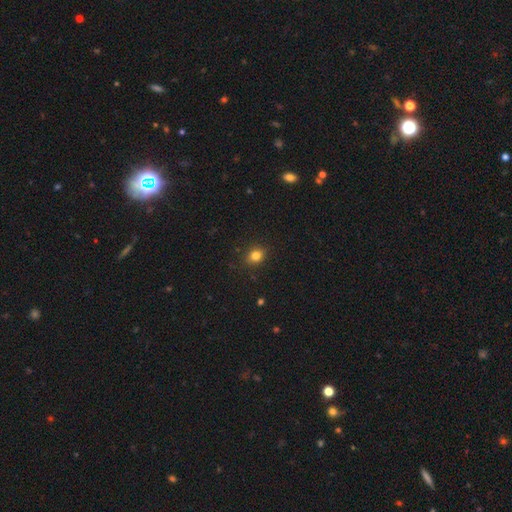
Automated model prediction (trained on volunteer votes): This is clearly a smooth galaxy (82%). How rounded: possibly round (56%). Merging: clearly none (89%).